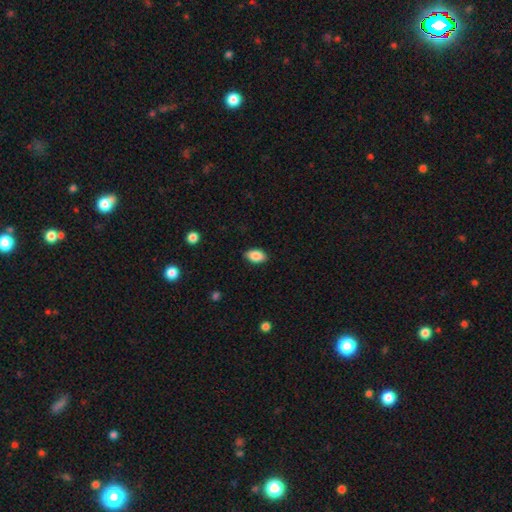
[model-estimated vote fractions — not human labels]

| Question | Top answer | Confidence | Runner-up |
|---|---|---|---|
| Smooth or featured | smooth | 88% | star or artifact (7%) |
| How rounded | in between | 91% | round (8%) |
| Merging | none | 87% | minor disturbance (9%) |